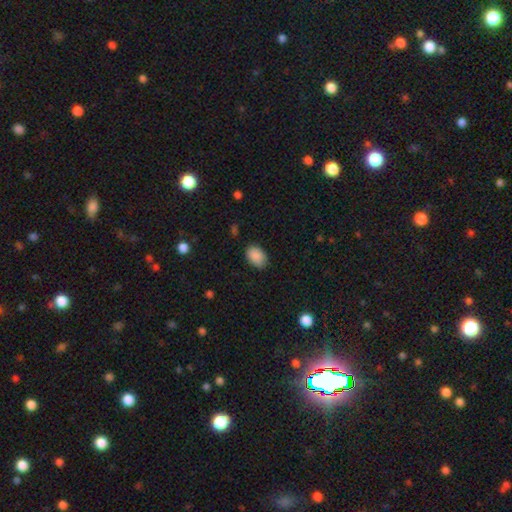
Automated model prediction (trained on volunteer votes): The model was most divided on "merging": none: 78%, minor disturbance: 18%, major disturbance: 3%, merger: 1%. More confident: smooth or featured — smooth (89%); how rounded — in between (84%).